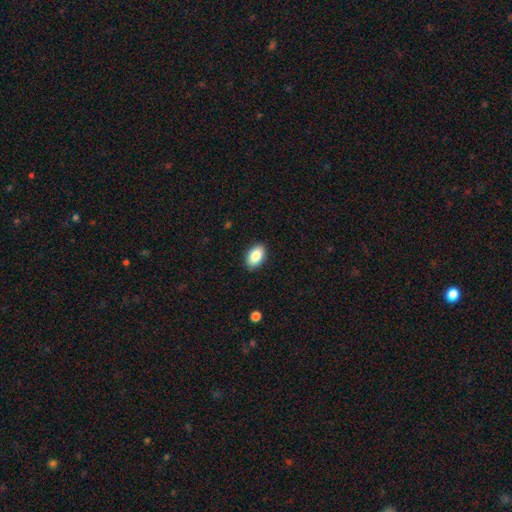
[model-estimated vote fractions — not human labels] Smooth or featured: smooth — 86% (featured or disk — 7%)
How rounded: in between — 91% (round — 8%)
Merging: none — 88% (minor disturbance — 9%)